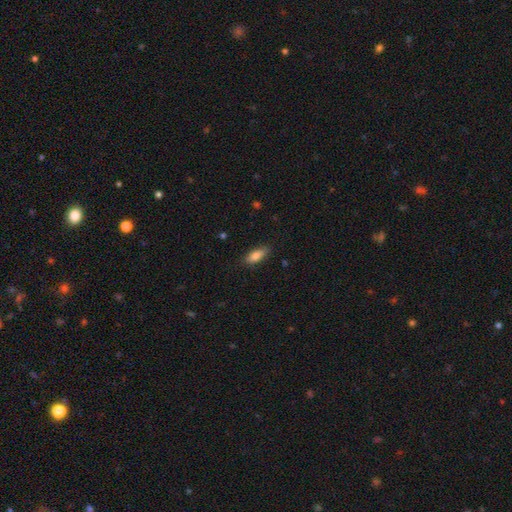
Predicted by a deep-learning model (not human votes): Overall: smooth (82%). How rounded: in between (71%). Merging: none (82%).